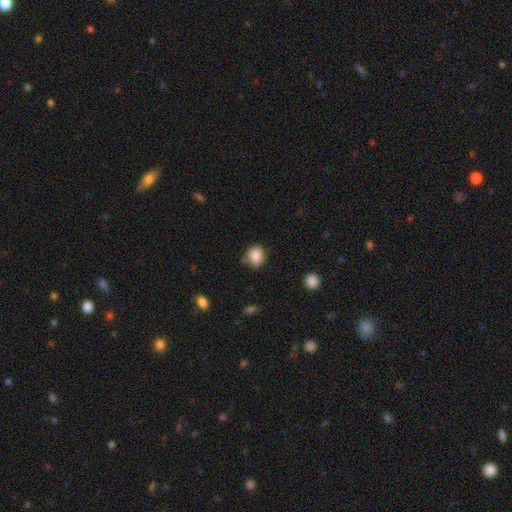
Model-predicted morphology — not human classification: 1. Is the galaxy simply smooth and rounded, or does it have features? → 85% smooth, 9% star or artifact, 6% featured or disk.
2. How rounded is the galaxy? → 65% round, 34% in between, 1% cigar-shaped.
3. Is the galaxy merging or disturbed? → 69% none, 22% minor disturbance, 4% merger, 4% major disturbance.